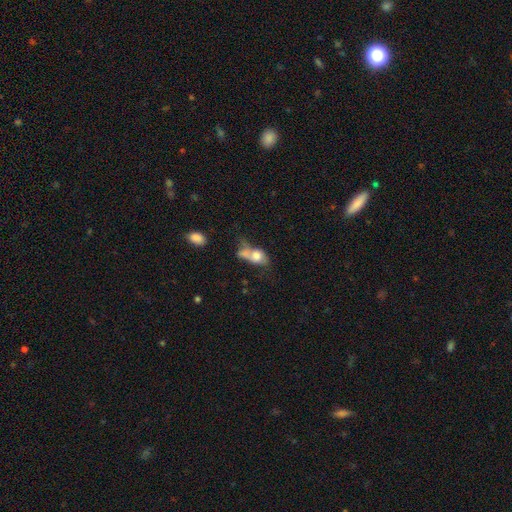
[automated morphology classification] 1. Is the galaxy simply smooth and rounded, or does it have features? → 66% smooth, 25% featured or disk, 9% star or artifact.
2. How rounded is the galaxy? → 68% in between, 27% round, 5% cigar-shaped.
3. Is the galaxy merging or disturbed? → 50% merger, 18% major disturbance, 18% none, 14% minor disturbance.